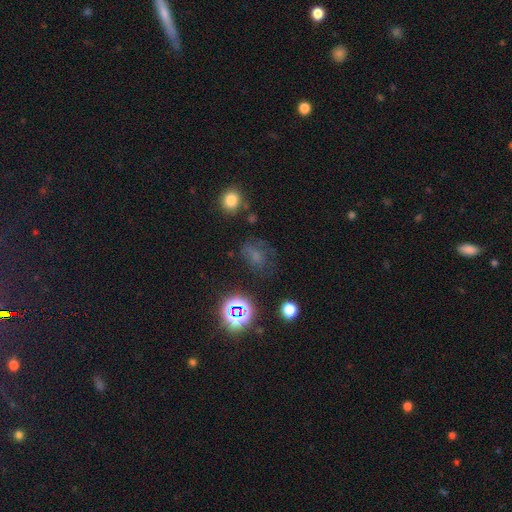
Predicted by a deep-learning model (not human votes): Morphology: type=smooth (45%); merging=none (53%).